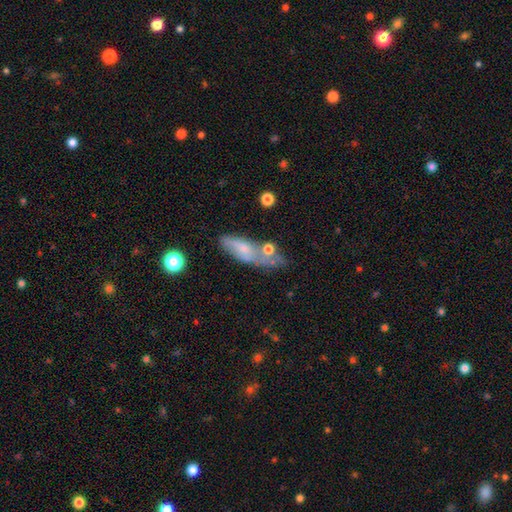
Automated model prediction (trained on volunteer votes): smooth-or-featured: featured or disk: 46% | smooth: 42% | star or artifact: 12%
  merging: none: 54% | minor disturbance: 23% | merger: 14% | major disturbance: 10%